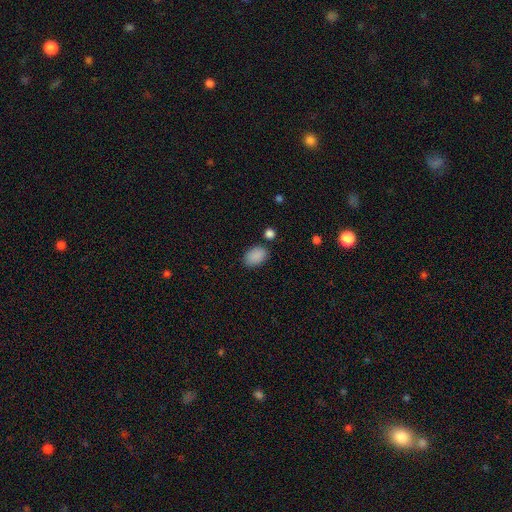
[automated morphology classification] Smooth or featured? Predicted: smooth (p=0.89). How rounded? Predicted: in between (p=0.86). Merging? Predicted: none (p=0.80).